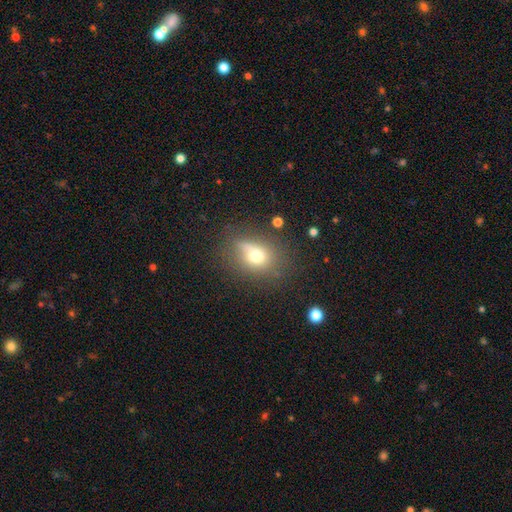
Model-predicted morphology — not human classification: Smooth or featured? smooth (66%)
How rounded? round (53%)
Merging? none (61%)